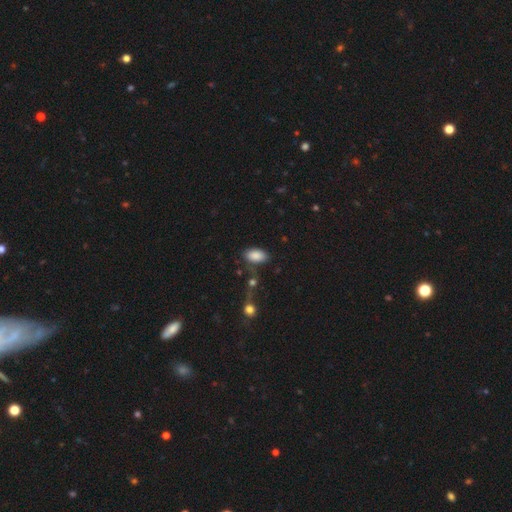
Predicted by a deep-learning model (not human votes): Smooth or featured? smooth (87%)
How rounded? in between (93%)
Merging? none (75%)